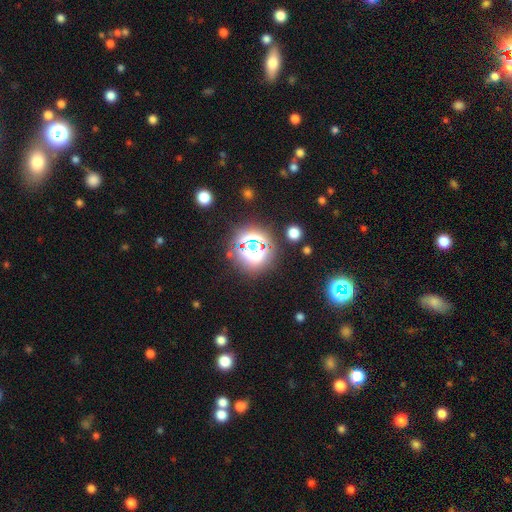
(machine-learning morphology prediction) Smooth or featured?
  - star or artifact: 58% *
  - smooth: 30%
  - featured or disk: 12%